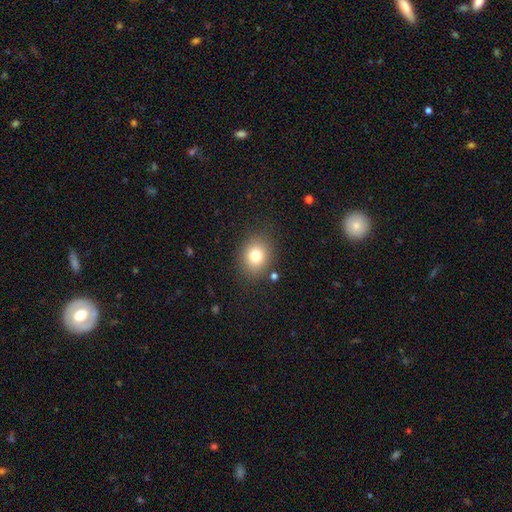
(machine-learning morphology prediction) smooth-or-featured: smooth: 78% | star or artifact: 12% | featured or disk: 10%
  how-rounded: round: 60% | in between: 39% | cigar-shaped: 1%
  merging: none: 85% | minor disturbance: 9% | major disturbance: 3% | merger: 2%